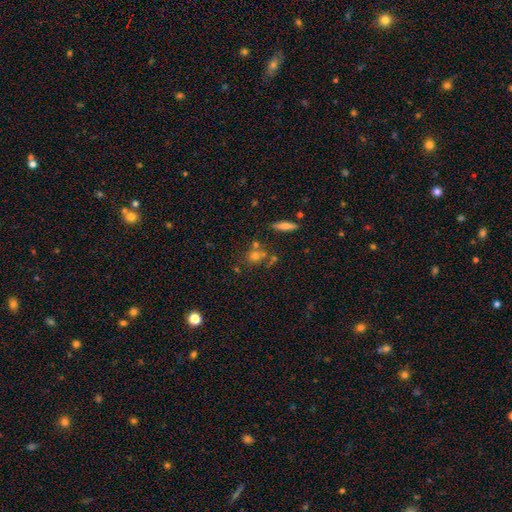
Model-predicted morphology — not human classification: smooth_or_featured: smooth (p=0.58) [alt: star or artifact p=0.24]
how_rounded: round (p=0.70) [alt: in between p=0.25]
merging: none (p=0.58) [alt: merger p=0.25]